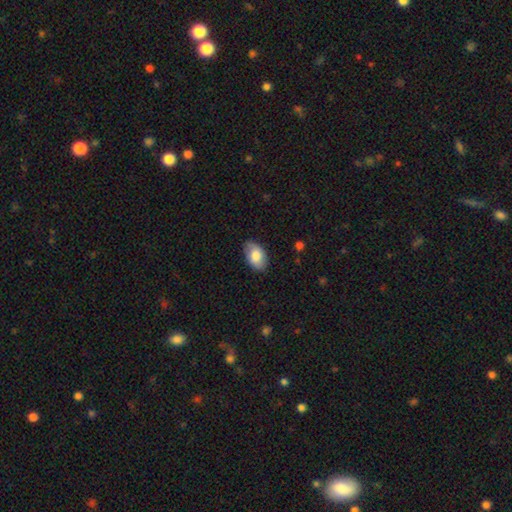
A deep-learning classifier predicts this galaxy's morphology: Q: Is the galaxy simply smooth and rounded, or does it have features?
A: smooth — 80%.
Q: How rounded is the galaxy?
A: in between — 92%.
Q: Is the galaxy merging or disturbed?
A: none — 81%.